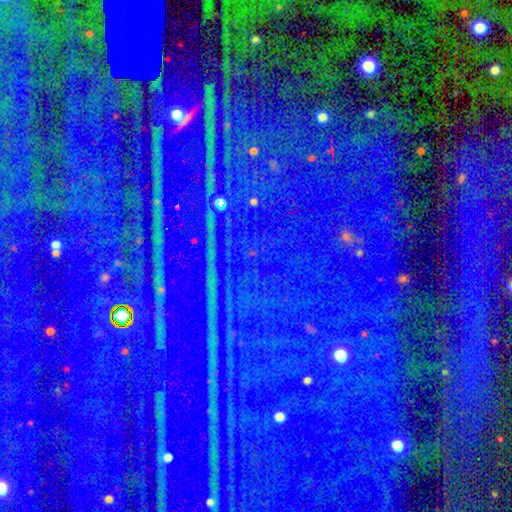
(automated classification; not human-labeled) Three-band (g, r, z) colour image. It shows a star or artifact, not a galaxy (85%).